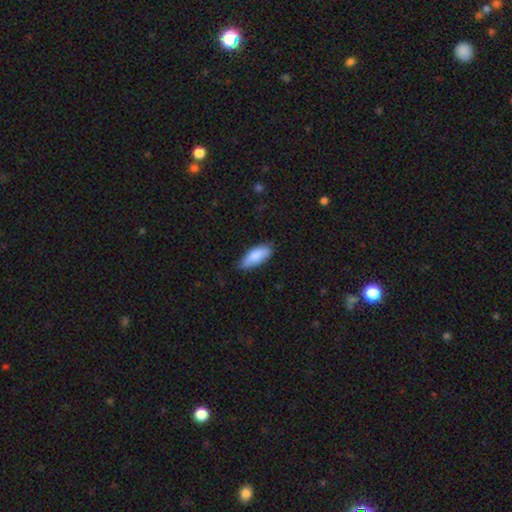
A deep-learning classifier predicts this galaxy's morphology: Smooth or featured: smooth — 84% (featured or disk — 11%)
How rounded: in between — 78% (cigar-shaped — 20%)
Merging: none — 77% (minor disturbance — 19%)